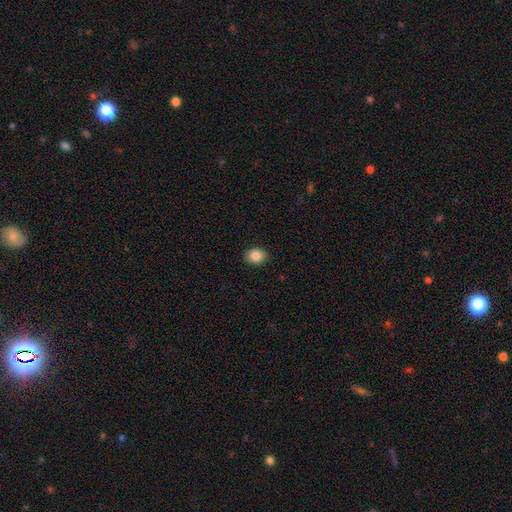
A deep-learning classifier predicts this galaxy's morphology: This is clearly a smooth galaxy (86%). How rounded: possibly in between (53%). Merging: clearly none (89%).